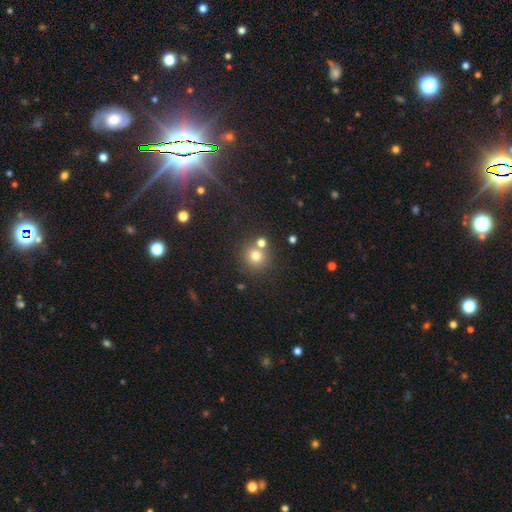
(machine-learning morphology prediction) The model was most divided on "merging": none: 69%, merger: 20%, minor disturbance: 8%, major disturbance: 3%. More confident: how rounded — round (92%); smooth or featured — smooth (74%).